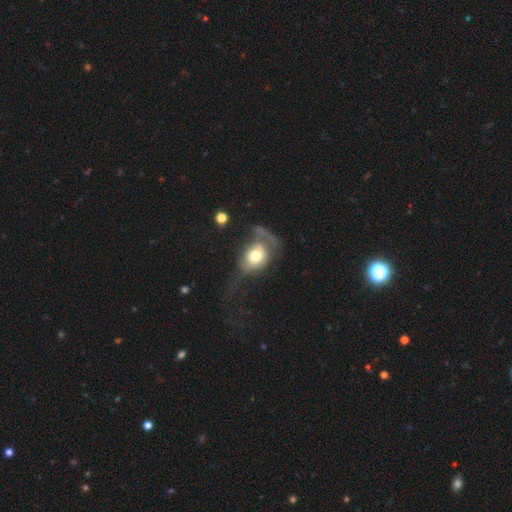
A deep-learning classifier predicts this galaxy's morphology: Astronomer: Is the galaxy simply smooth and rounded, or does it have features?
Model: smooth — 61%.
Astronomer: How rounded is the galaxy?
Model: in between — 59% (runner-up: round, 39%).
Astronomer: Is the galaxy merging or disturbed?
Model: major disturbance — 52%.